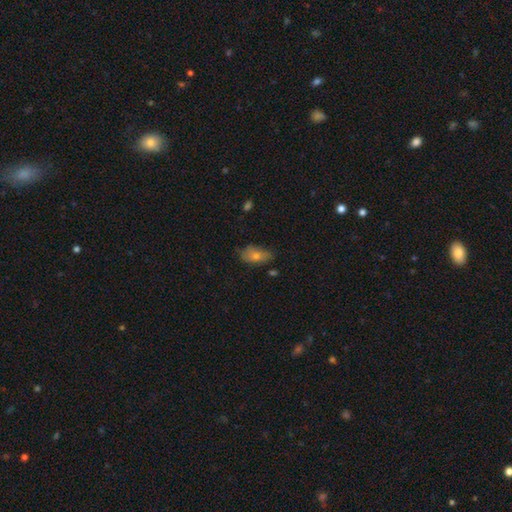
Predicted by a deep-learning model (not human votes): Morphology: type=smooth (61%); roundness=in between (85%); merging=none (67%).